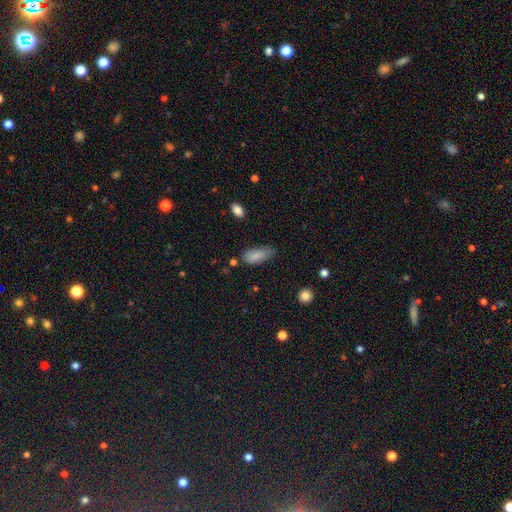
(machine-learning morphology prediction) This appears to be a smooth galaxy with no disk features (84%) that is in between round and cigar-shaped (83%). Merging: none (51%).